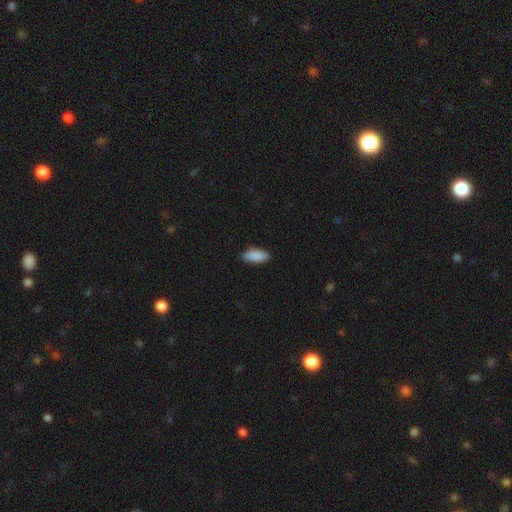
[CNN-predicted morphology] Smooth or featured?
  - smooth: 90% *
  - star or artifact: 6%
  - featured or disk: 4%
How rounded?
  - in between: 85% *
  - cigar-shaped: 13%
  - round: 2%
Merging?
  - none: 87% *
  - minor disturbance: 10%
  - major disturbance: 2%
  - merger: 1%